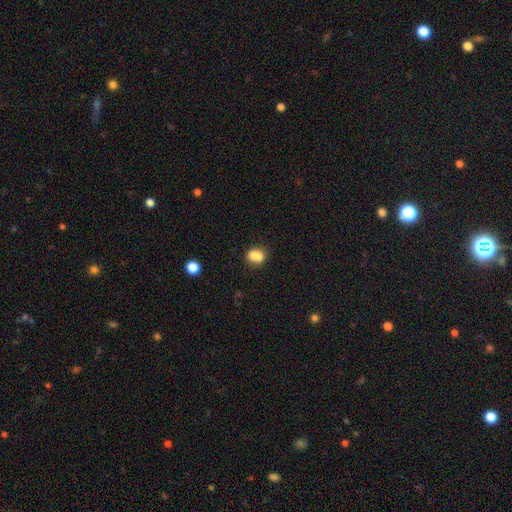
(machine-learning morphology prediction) Smooth or featured? Predicted: smooth (p=0.77). How rounded? Predicted: round (p=0.59). Merging? Predicted: none (p=0.43).